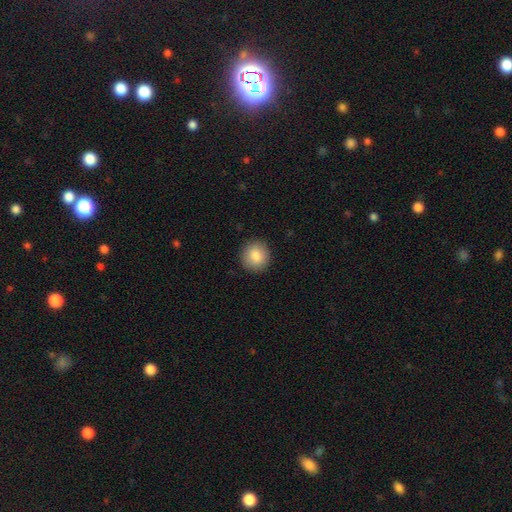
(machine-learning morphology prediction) A smooth galaxy with no disk features (86%) that is round (88%).

Vote fractions:
- Smooth or featured? smooth: 86% / star or artifact: 8% / featured or disk: 6%
- How rounded? round: 88% / in between: 11% / cigar-shaped: 1%
- Merging? none: 91% / minor disturbance: 6% / major disturbance: 2% / merger: 1%